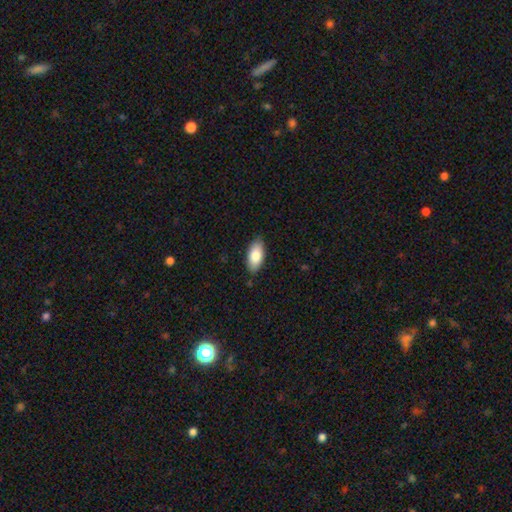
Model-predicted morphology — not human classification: A smooth galaxy with no disk features (81%) that is in between round and cigar-shaped (91%). Merging: none (86%).